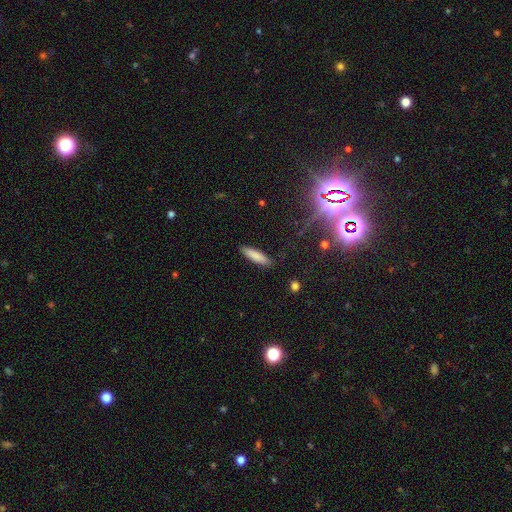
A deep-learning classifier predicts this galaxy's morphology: type=smooth (83%); roundness=cigar-shaped (71%); merging=none (88%).